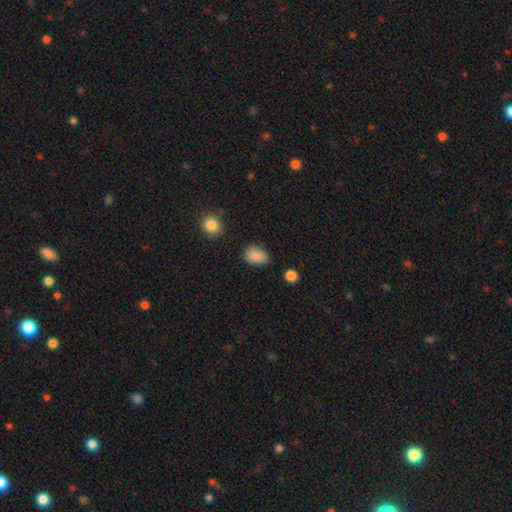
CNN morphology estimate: This appears to be a smooth galaxy with no disk features (87%) that is in between round and cigar-shaped (78%). Merging: none (75%).